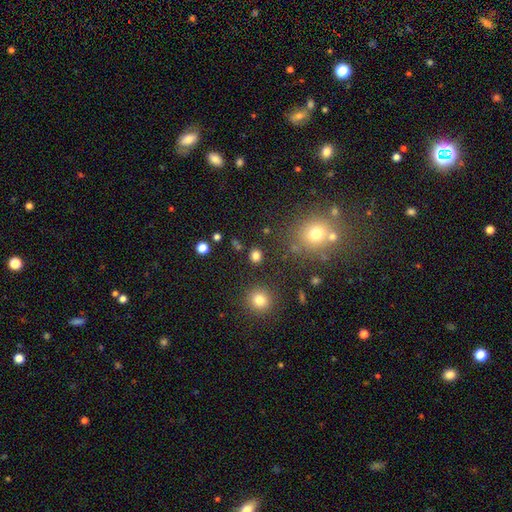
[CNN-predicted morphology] Q: Smooth or featured?
A: smooth (78%); runner-up: star or artifact (17%)
Q: How rounded?
A: round (79%); runner-up: in between (20%)
Q: Merging?
A: none (86%); runner-up: minor disturbance (7%)